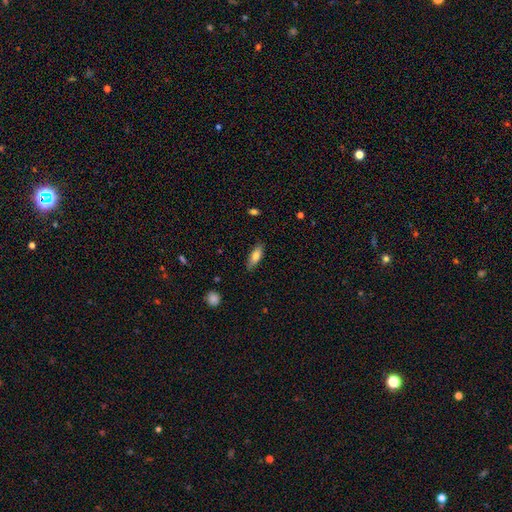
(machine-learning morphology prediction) Smooth or featured: smooth — 79% (featured or disk — 14%)
How rounded: in between — 66% (cigar-shaped — 32%)
Merging: none — 83% (minor disturbance — 13%)